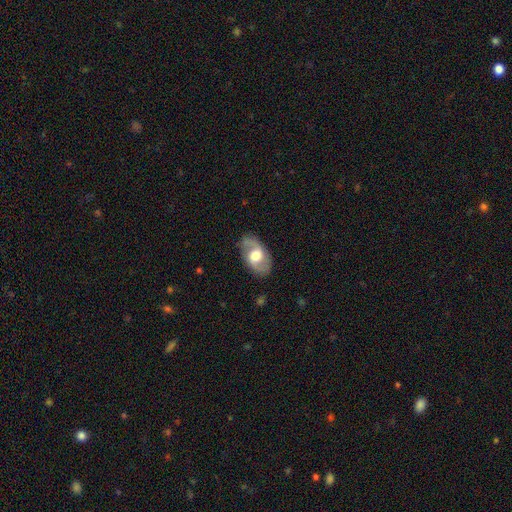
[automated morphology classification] This is likely a featured or disk galaxy (71%). It is clearly not viewed edge-on (94%). Bar: possibly no (55%). Spiral arm pattern: clearly yes (80%). Spiral arm count: clearly 2 (88%). Spiral winding: possibly medium (49%). Central bulge: possibly moderate (51%). Merging: clearly none (80%).